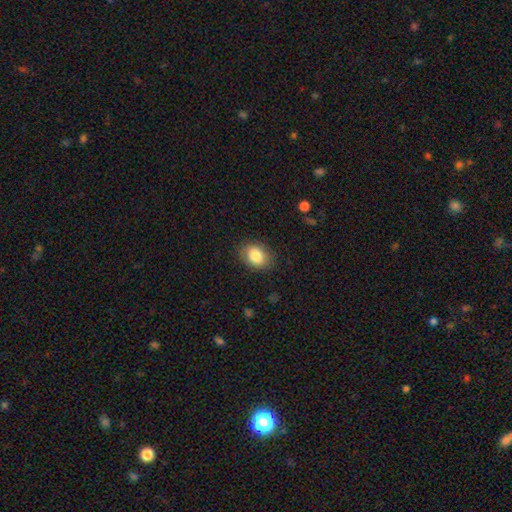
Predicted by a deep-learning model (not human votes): A smooth galaxy with no disk features (84%) that is in between round and cigar-shaped (64%).

Vote fractions:
- Smooth or featured? smooth: 84% / star or artifact: 8% / featured or disk: 8%
- How rounded? in between: 64% / round: 35% / cigar-shaped: 1%
- Merging? none: 85% / minor disturbance: 11% / major disturbance: 3% / merger: 1%